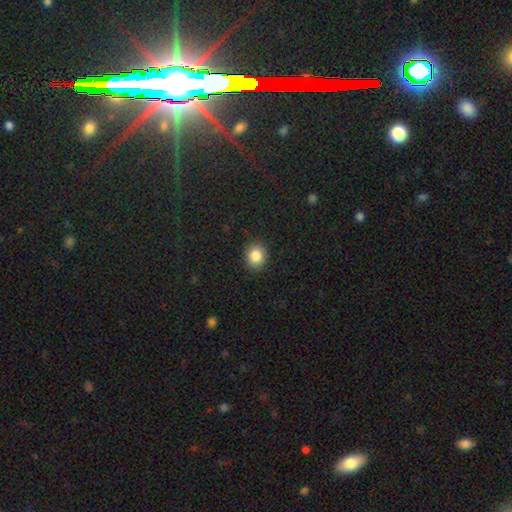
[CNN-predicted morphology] smooth 86%, star or artifact 10%, featured or disk 4%. Down the decision tree: how rounded — round (70%); merging — none (89%).